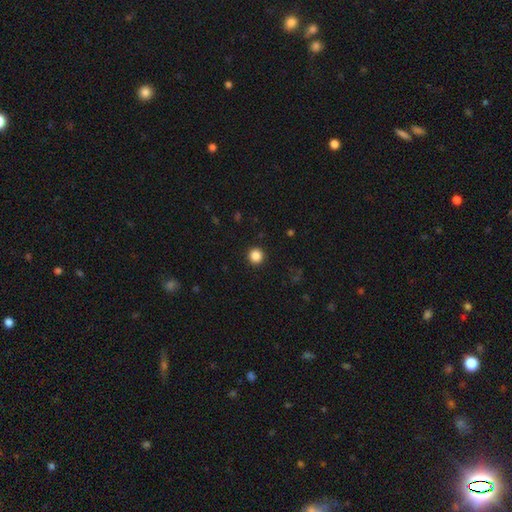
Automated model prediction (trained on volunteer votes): Overall: smooth (86%). How rounded: round (95%). Merging: none (93%).